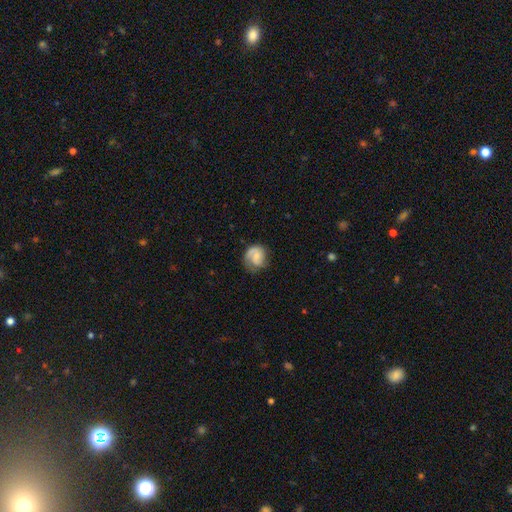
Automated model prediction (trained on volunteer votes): Smooth or featured? featured or disk (51%)
Edge-on disk? no (98%)
Bar? no (68%)
Spiral arms? yes (83%)
Bulge size? small (54%)
Merging? none (54%)